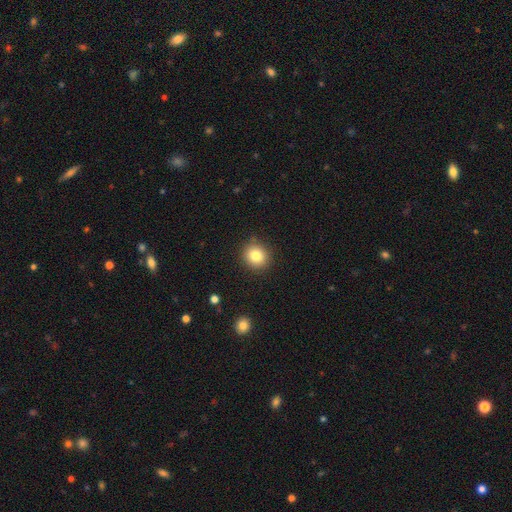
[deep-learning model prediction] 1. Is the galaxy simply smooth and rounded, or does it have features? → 82% smooth, 11% star or artifact, 7% featured or disk.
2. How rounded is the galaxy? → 87% round, 12% in between, 1% cigar-shaped.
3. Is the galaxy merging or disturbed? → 88% none, 8% minor disturbance, 2% major disturbance, 1% merger.